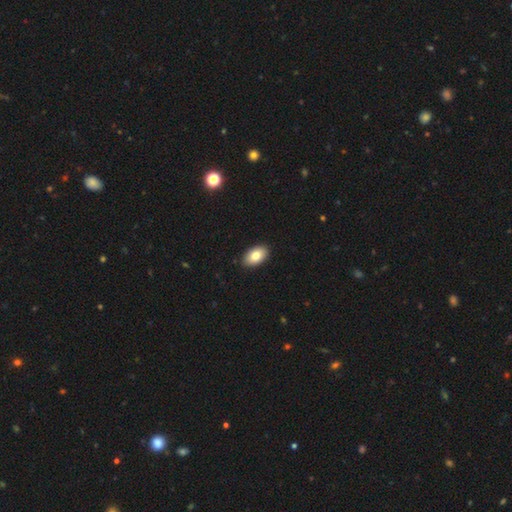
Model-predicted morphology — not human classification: The model was most divided on "smooth or featured": smooth: 82%, featured or disk: 11%, star or artifact: 7%. More confident: how rounded — in between (94%); merging — none (90%).